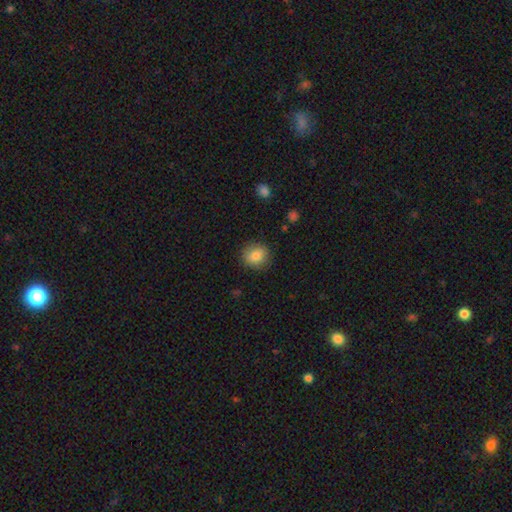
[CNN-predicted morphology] The model was most divided on "how rounded": round: 82%, in between: 17%, cigar-shaped: 1%. More confident: merging — none (87%); smooth or featured — smooth (83%).